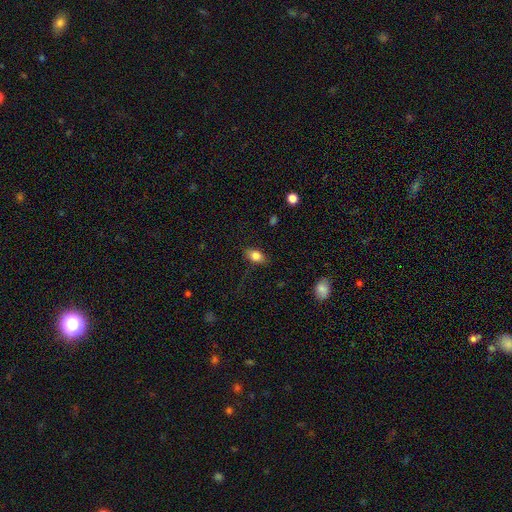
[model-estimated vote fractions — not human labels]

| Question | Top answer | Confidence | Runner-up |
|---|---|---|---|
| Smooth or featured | smooth | 81% | featured or disk (10%) |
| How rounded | in between | 83% | round (13%) |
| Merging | none | 82% | minor disturbance (14%) |